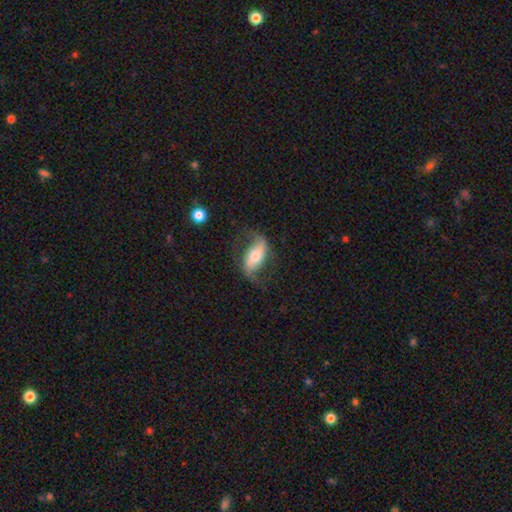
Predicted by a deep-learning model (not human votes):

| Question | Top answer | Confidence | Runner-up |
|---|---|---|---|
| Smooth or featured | featured or disk | 76% | smooth (19%) |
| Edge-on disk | no | 92% | yes (8%) |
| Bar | strong | 42% | weak (32%) |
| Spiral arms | yes | 91% | no (9%) |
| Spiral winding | loose | 70% | medium (23%) |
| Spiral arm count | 2 | 91% | can't tell (3%) |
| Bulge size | moderate | 59% | small (23%) |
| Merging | none | 69% | minor disturbance (17%) |